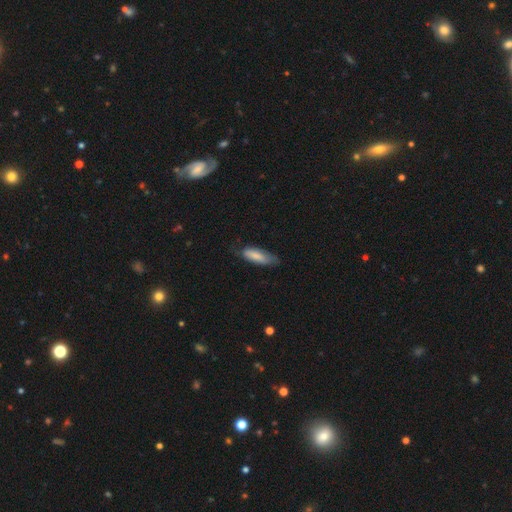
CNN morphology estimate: type=smooth (78%); roundness=in between (55%); merging=none (62%).